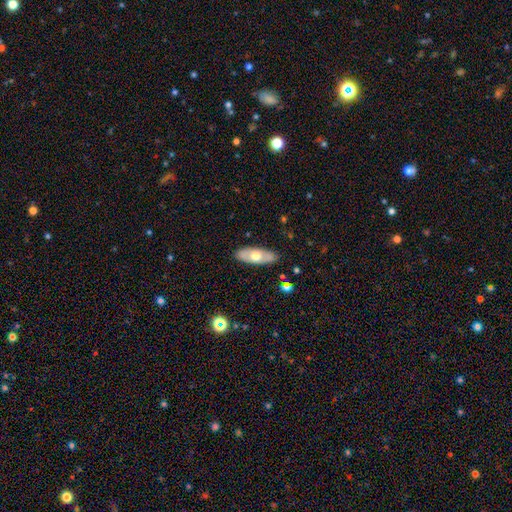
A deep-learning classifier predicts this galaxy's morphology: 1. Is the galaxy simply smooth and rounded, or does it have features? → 54% smooth, 41% featured or disk, 6% star or artifact.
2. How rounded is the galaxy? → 79% in between, 17% cigar-shaped, 3% round.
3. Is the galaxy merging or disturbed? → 86% none, 10% minor disturbance, 2% major disturbance, 1% merger.